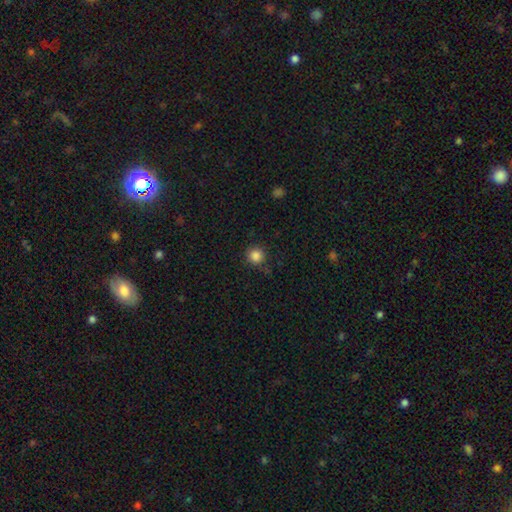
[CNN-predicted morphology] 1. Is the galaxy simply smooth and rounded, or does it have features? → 85% smooth, 11% star or artifact, 4% featured or disk.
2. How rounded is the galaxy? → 94% round, 5% in between, 1% cigar-shaped.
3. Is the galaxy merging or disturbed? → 84% none, 11% minor disturbance, 3% major disturbance, 2% merger.